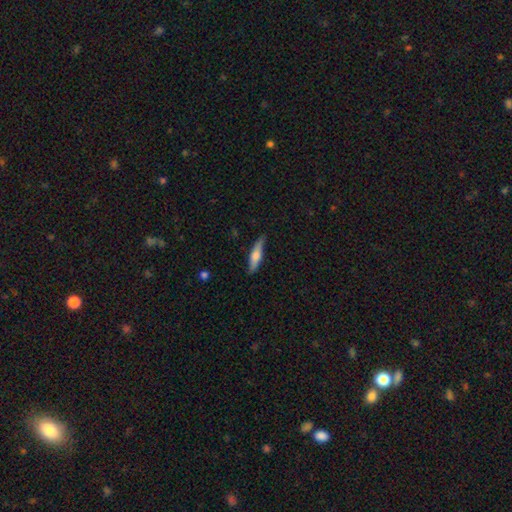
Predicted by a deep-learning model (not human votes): smooth_or_featured: smooth (p=0.56) [alt: featured or disk p=0.39]
how_rounded: cigar-shaped (p=0.77) [alt: in between p=0.21]
merging: none (p=0.81) [alt: minor disturbance p=0.16]